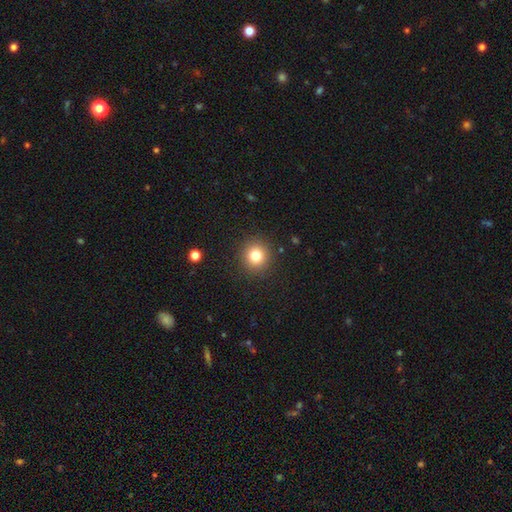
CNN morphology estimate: smooth 81%, star or artifact 12%, featured or disk 7%. Down the decision tree: how rounded — round (93%); merging — none (90%).